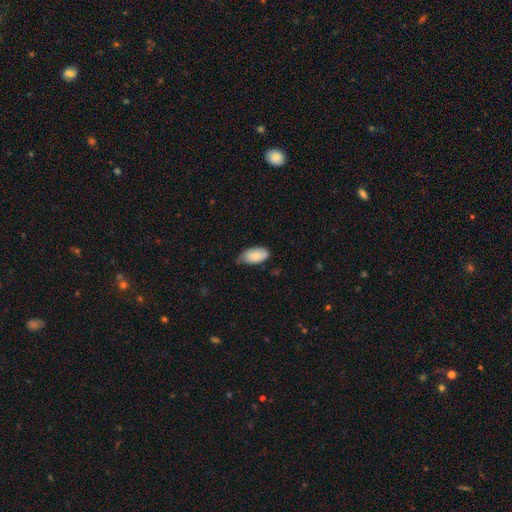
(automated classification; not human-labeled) Smooth or featured?
  - smooth: 83% *
  - featured or disk: 11%
  - star or artifact: 6%
How rounded?
  - in between: 95% *
  - round: 3%
  - cigar-shaped: 2%
Merging?
  - none: 55% *
  - minor disturbance: 37%
  - major disturbance: 5%
  - merger: 2%